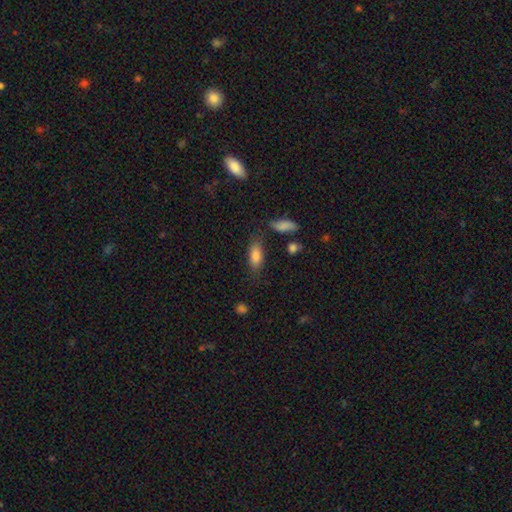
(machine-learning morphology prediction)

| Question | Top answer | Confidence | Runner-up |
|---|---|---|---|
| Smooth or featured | smooth | 83% | featured or disk (9%) |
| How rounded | in between | 81% | cigar-shaped (16%) |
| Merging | none | 74% | minor disturbance (17%) |